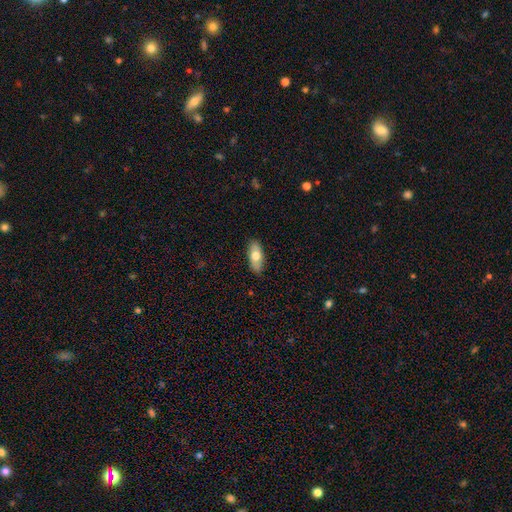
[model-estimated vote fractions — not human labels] smooth 69%, featured or disk 25%, star or artifact 6%. Down the decision tree: how rounded — in between (85%); merging — none (87%).